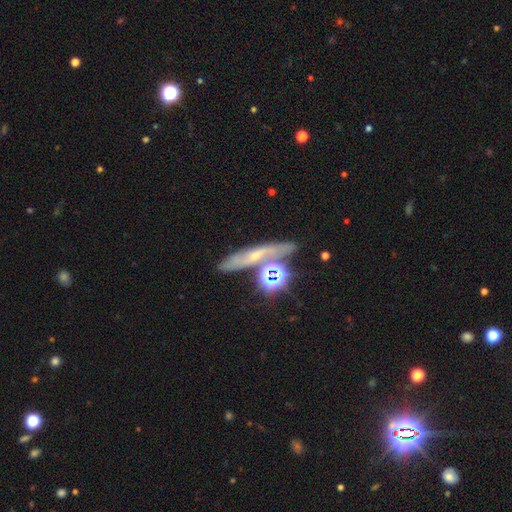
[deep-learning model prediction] Smooth or featured? featured or disk (43%)
Merging? none (62%)